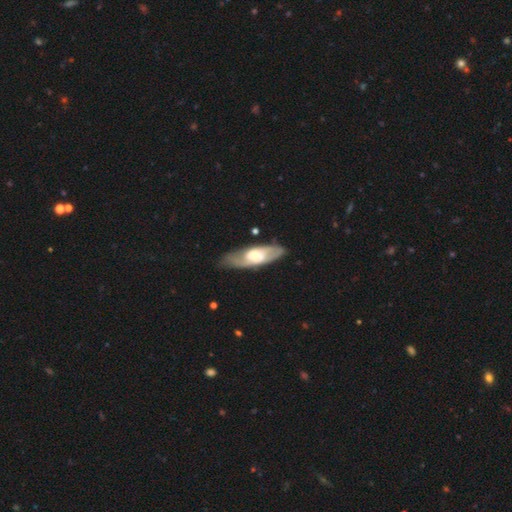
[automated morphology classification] Smooth or featured?
  - featured or disk: 60% *
  - smooth: 35%
  - star or artifact: 5%
Edge-on disk?
  - no: 70% *
  - yes: 30%
Merging?
  - none: 73% *
  - minor disturbance: 19%
  - major disturbance: 7%
  - merger: 2%